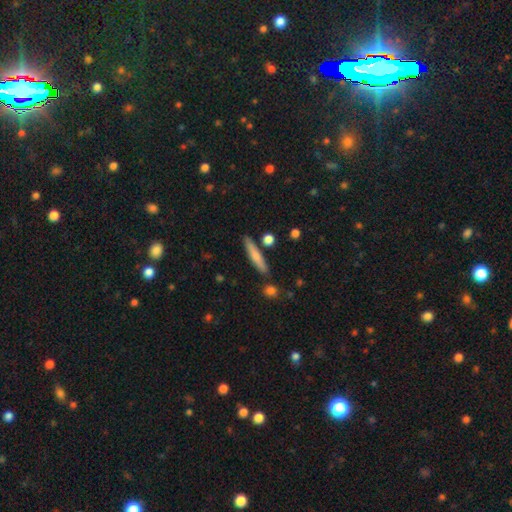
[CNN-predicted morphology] Smooth or featured: smooth — 70% (featured or disk — 24%)
How rounded: cigar-shaped — 90% (in between — 8%)
Merging: none — 85% (minor disturbance — 9%)